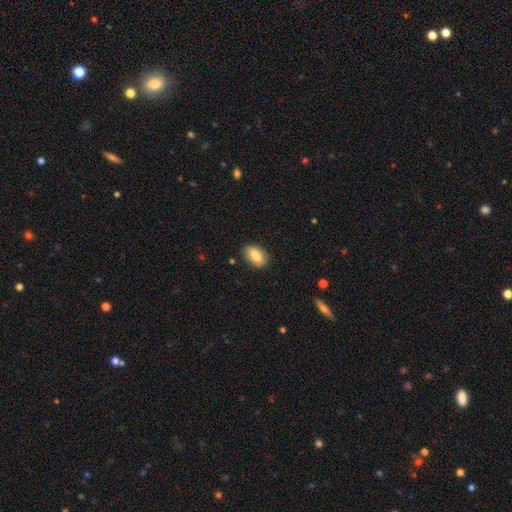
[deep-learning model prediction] Smooth or featured? Predicted: smooth (p=0.80). How rounded? Predicted: in between (p=0.91). Merging? Predicted: none (p=0.83).